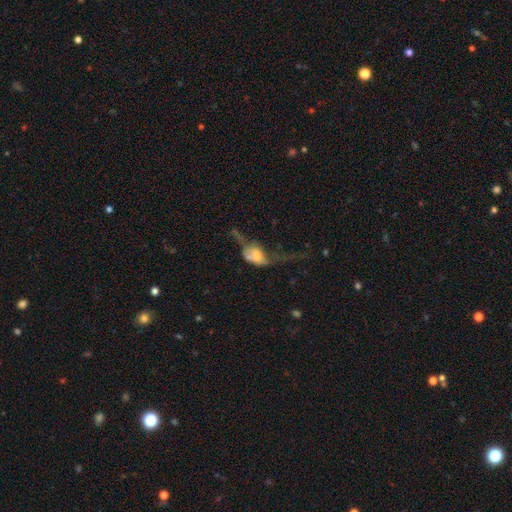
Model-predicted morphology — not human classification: Overall: smooth (49%; featured or disk 42%). Merging: major disturbance (51%; merger 24%).